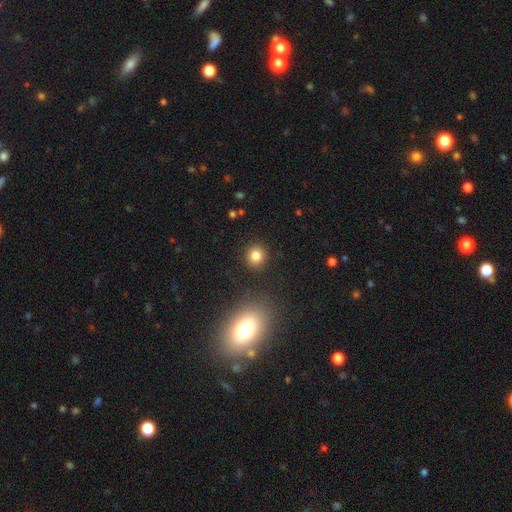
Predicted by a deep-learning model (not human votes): Smooth or featured? smooth (82%)
How rounded? round (88%)
Merging? none (90%)